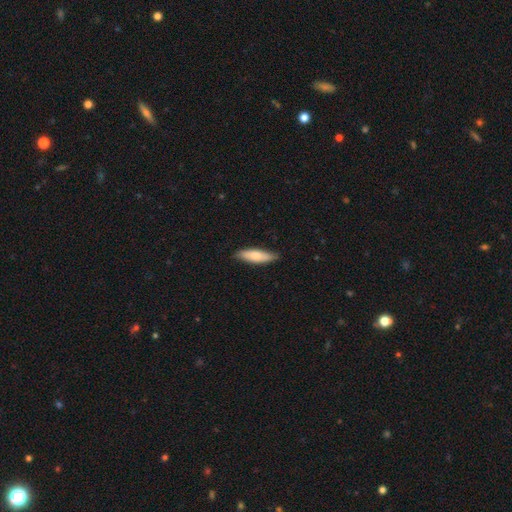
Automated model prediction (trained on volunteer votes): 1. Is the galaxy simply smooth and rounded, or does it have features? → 74% smooth, 21% featured or disk, 5% star or artifact.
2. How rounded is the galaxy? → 59% cigar-shaped, 40% in between, 2% round.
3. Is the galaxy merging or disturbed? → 83% none, 14% minor disturbance, 2% major disturbance, 1% merger.